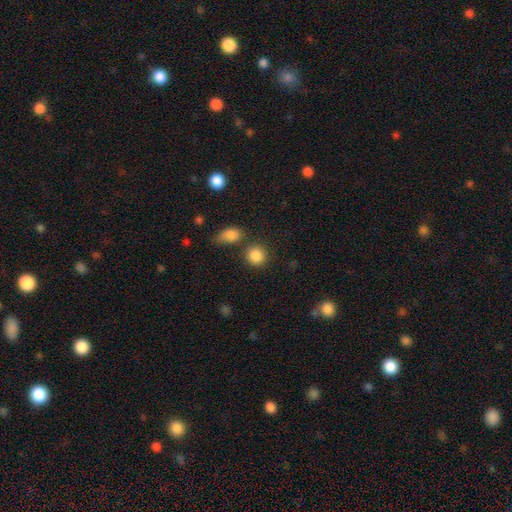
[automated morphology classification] Smooth or featured: smooth — 87% (star or artifact — 9%)
How rounded: round — 84% (in between — 14%)
Merging: none — 73% (merger — 12%)